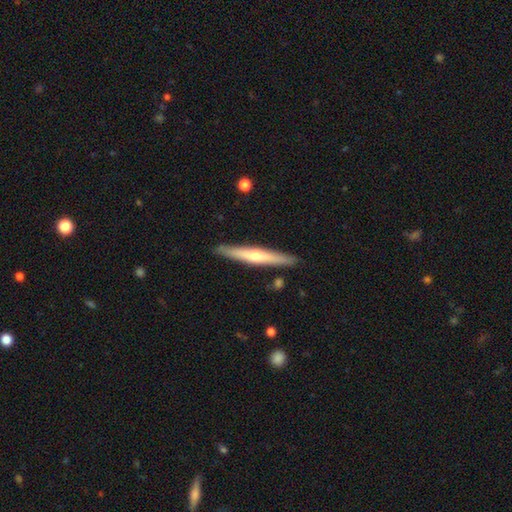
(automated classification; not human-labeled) Overall: featured or disk (58%; smooth 36%). Edge-on disk: yes (94%). Edge-on bulge: rounded (76%). Merging: none (90%).